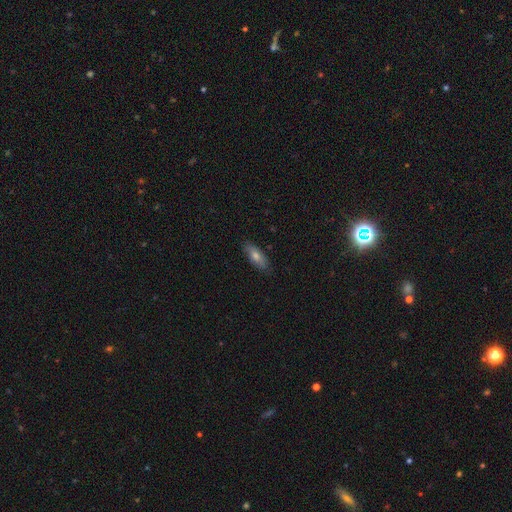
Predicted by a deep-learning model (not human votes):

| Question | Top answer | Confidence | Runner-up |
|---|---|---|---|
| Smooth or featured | smooth | 65% | featured or disk (26%) |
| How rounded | in between | 65% | cigar-shaped (32%) |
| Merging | none | 85% | minor disturbance (11%) |